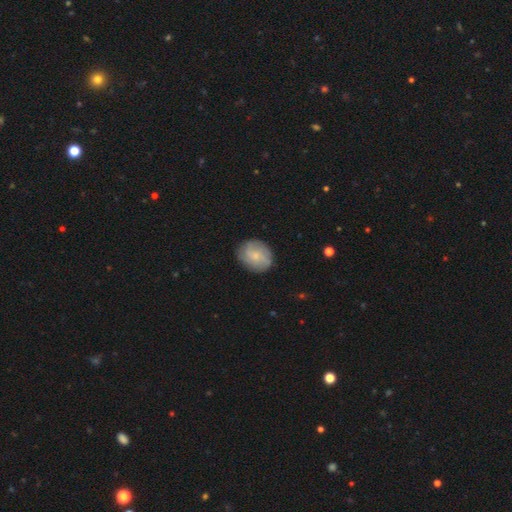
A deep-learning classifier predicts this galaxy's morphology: Overall: smooth (57%; featured or disk 36%). How rounded: round (68%; in between 31%). Merging: none (82%).